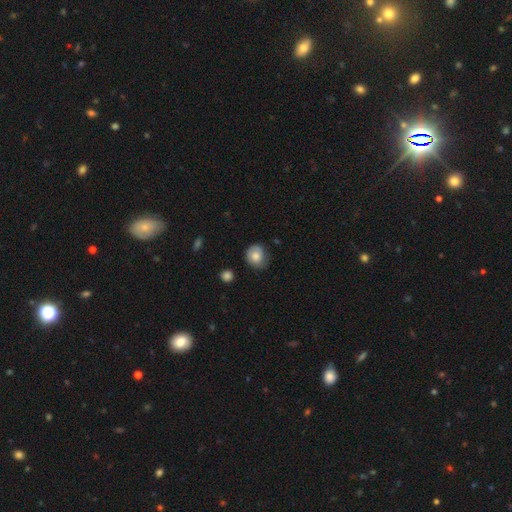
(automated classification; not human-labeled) Smooth or featured? smooth (74%)
How rounded? round (73%)
Merging? none (66%)